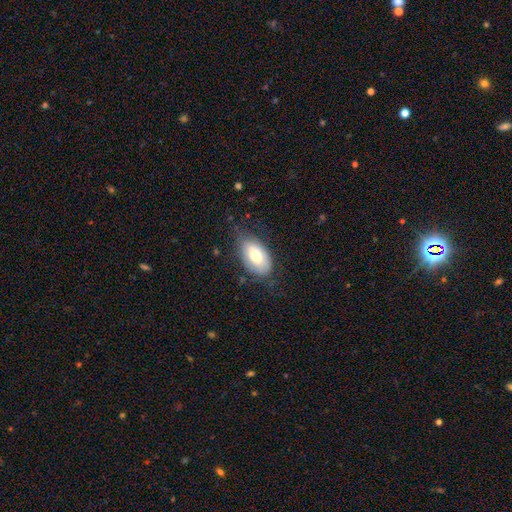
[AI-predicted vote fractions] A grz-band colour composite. It shows a smooth galaxy with no disk features (69%) that is in between round and cigar-shaped (94%). Merging: none (67%).